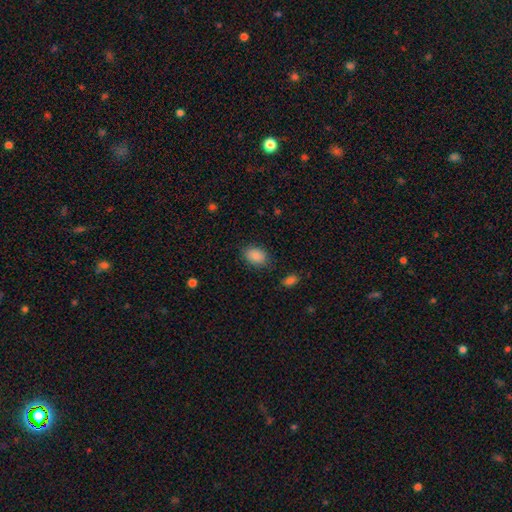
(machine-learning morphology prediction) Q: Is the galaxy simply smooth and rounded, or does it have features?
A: smooth — 88%.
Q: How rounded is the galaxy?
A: in between — 83%.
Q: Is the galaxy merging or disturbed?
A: none — 83%.